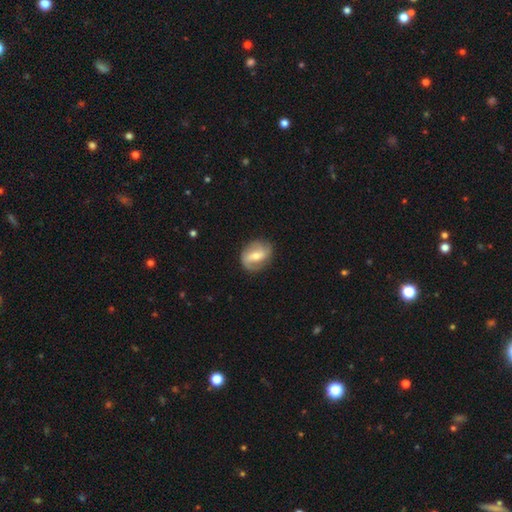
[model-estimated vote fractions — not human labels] Smooth or featured? featured or disk (72%)
Edge-on disk? no (96%)
Bar? weak (41%)
Spiral arms? yes (88%)
Spiral winding? medium (40%)
Spiral arm count? 2 (78%)
Bulge size? moderate (53%)
Merging? none (78%)